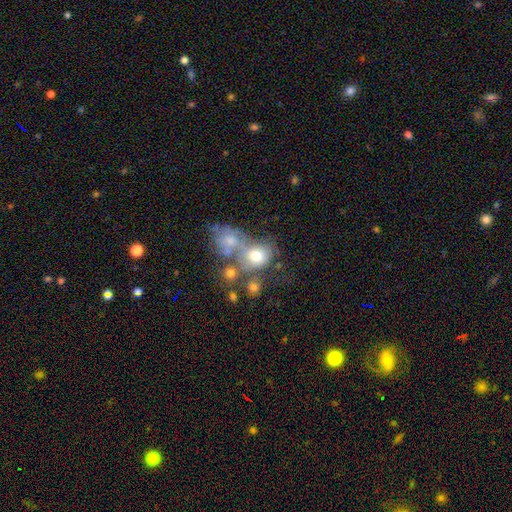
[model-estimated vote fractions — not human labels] smooth_or_featured: smooth (p=0.64) [alt: featured or disk p=0.23]
how_rounded: round (p=0.54) [alt: in between p=0.45]
merging: merger (p=0.52) [alt: none p=0.26]